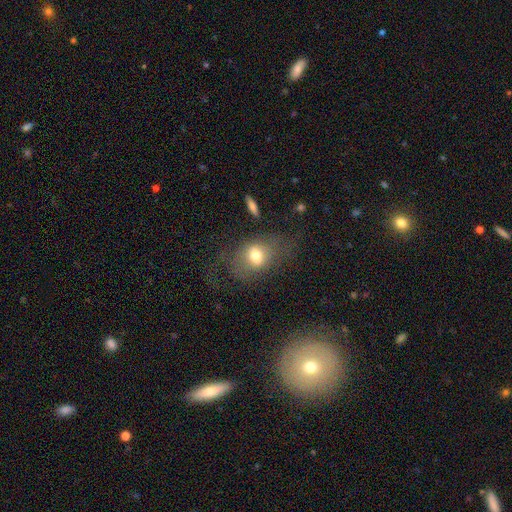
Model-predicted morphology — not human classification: Overall: smooth (66%). How rounded: in between (58%; round 40%). Merging: none (49%; major disturbance 27%).